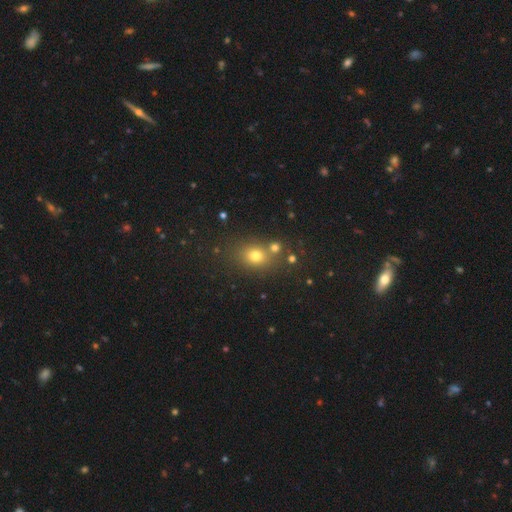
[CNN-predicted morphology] Smooth or featured? Predicted: smooth (p=0.71). How rounded? Predicted: round (p=0.56). Merging? Predicted: none (p=0.68).